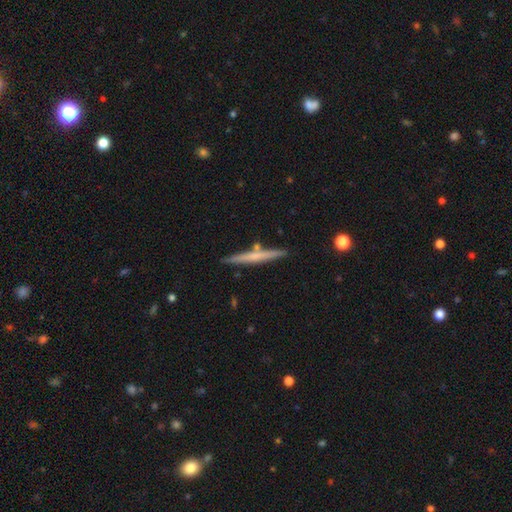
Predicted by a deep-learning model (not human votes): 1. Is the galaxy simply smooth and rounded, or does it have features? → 48% smooth, 47% featured or disk, 6% star or artifact.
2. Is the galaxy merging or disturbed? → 86% none, 8% minor disturbance, 5% merger, 2% major disturbance.